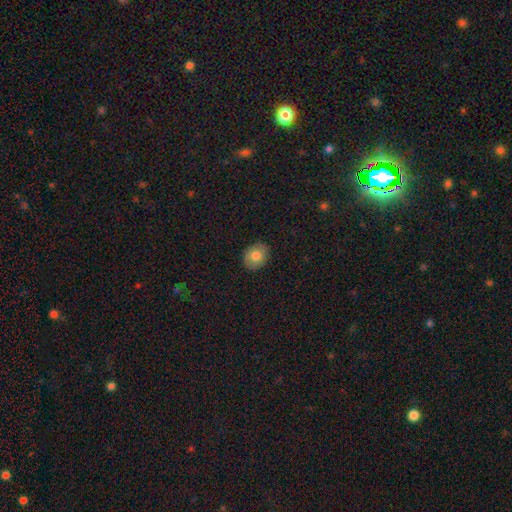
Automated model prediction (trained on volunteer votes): Smooth or featured? smooth (78%)
How rounded? round (58%)
Merging? none (87%)